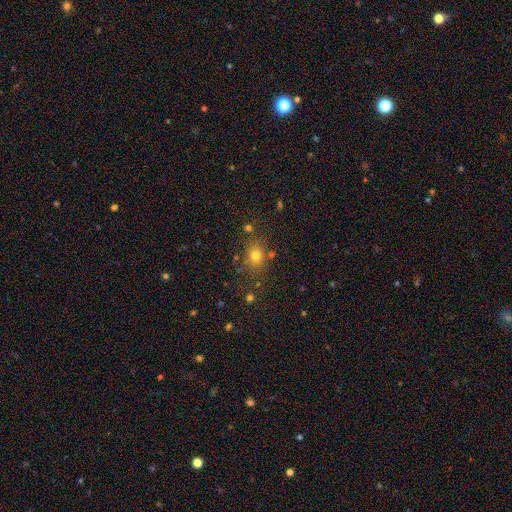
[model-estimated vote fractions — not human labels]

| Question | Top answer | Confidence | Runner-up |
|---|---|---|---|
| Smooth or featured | smooth | 74% | star or artifact (17%) |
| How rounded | round | 62% | in between (37%) |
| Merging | none | 75% | minor disturbance (13%) |